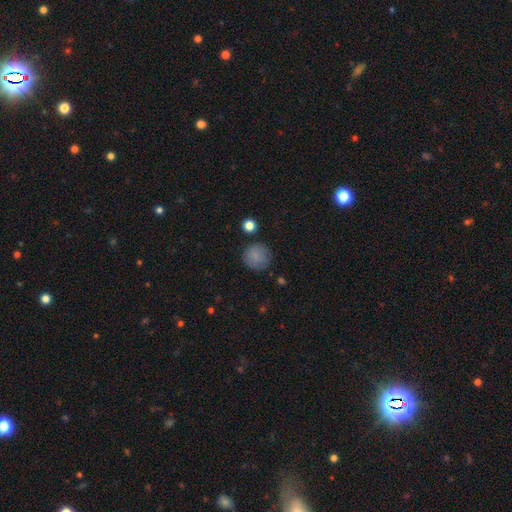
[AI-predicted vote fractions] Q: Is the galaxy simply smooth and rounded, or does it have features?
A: smooth — 84%.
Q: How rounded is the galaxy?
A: round — 92%.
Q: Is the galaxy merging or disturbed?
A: none — 82%.